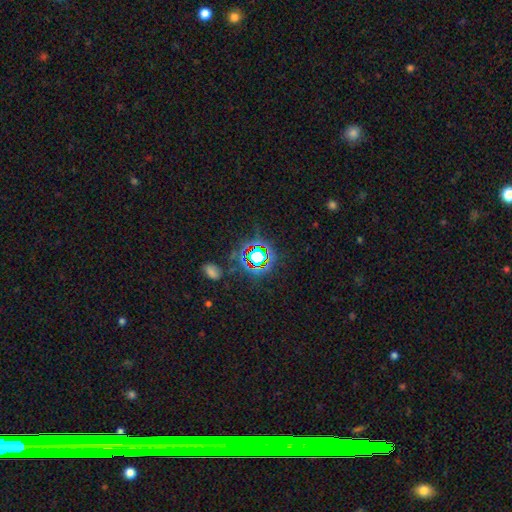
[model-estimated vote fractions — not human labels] smooth_or_featured: star or artifact (p=0.70) [alt: smooth p=0.18]